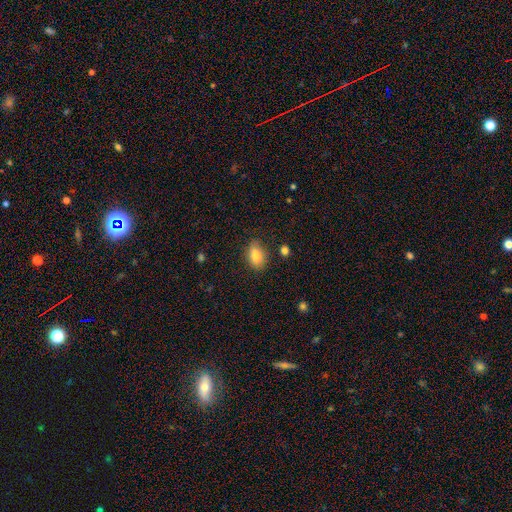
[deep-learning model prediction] Smooth or featured? Predicted: smooth (p=0.82). How rounded? Predicted: in between (p=0.83). Merging? Predicted: none (p=0.82).